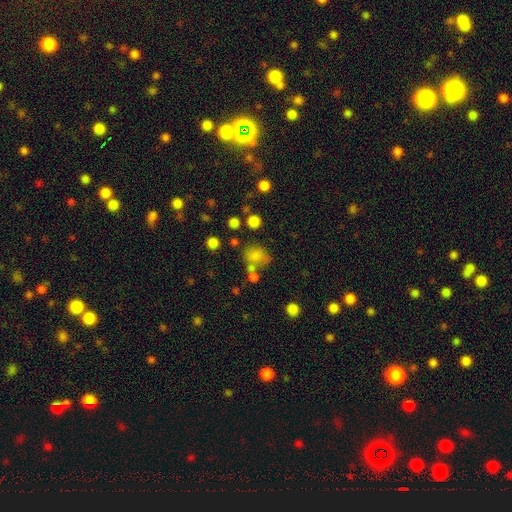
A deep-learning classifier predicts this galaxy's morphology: A smooth galaxy with no disk features (73%) that is round (54%).

Vote fractions:
- Smooth or featured? smooth: 73% / star or artifact: 15% / featured or disk: 11%
- How rounded? round: 54% / in between: 45% / cigar-shaped: 1%
- Merging? none: 52% / merger: 20% / minor disturbance: 17% / major disturbance: 10%